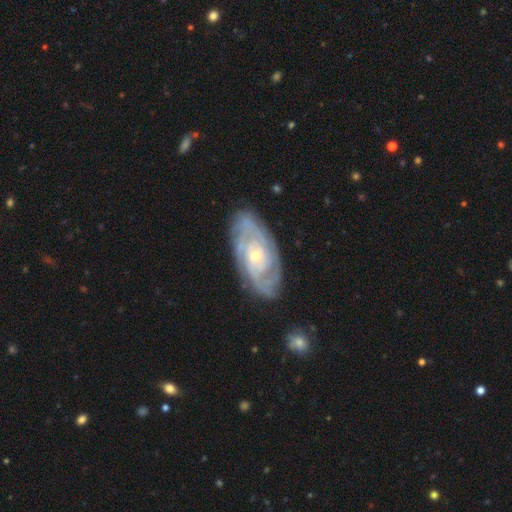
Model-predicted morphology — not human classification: Smooth or featured? featured or disk (87%)
Edge-on disk? no (94%)
Bar? no (72%)
Spiral arms? yes (96%)
Spiral winding? tight (73%)
Spiral arm count? can't tell (29%)
Bulge size? small (64%)
Merging? none (80%)